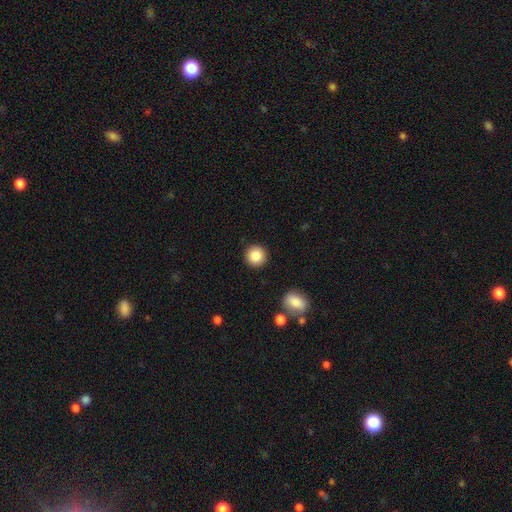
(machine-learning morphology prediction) Smooth or featured: smooth — 87% (star or artifact — 9%)
How rounded: round — 95% (in between — 4%)
Merging: none — 91% (minor disturbance — 5%)